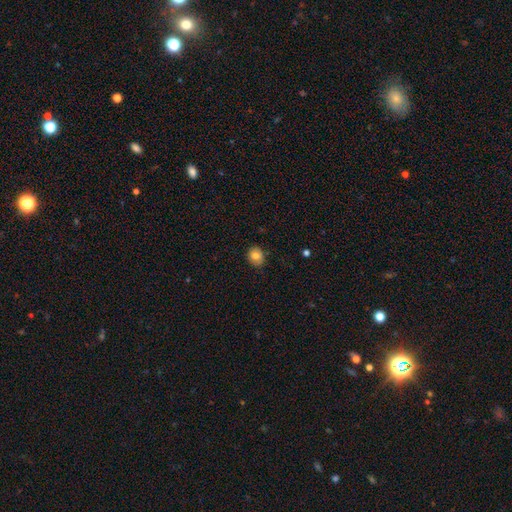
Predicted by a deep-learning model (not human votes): smooth-or-featured: smooth: 79% | featured or disk: 12% | star or artifact: 9%
  how-rounded: round: 57% | in between: 42% | cigar-shaped: 1%
  merging: none: 83% | minor disturbance: 13% | major disturbance: 2% | merger: 1%